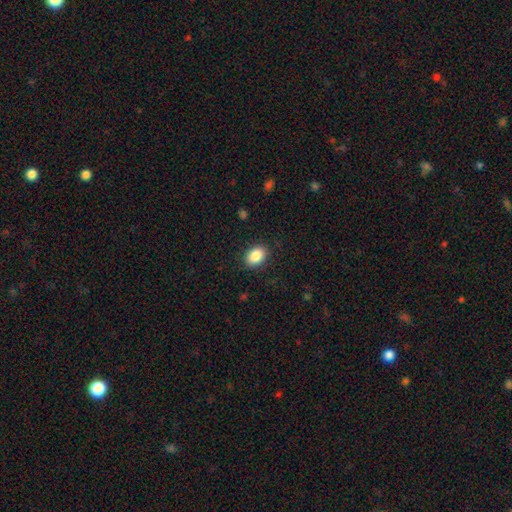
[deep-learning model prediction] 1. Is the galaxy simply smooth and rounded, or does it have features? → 88% smooth, 8% star or artifact, 5% featured or disk.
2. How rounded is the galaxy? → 77% in between, 22% round, 1% cigar-shaped.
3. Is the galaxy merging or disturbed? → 87% none, 9% minor disturbance, 3% major disturbance, 1% merger.